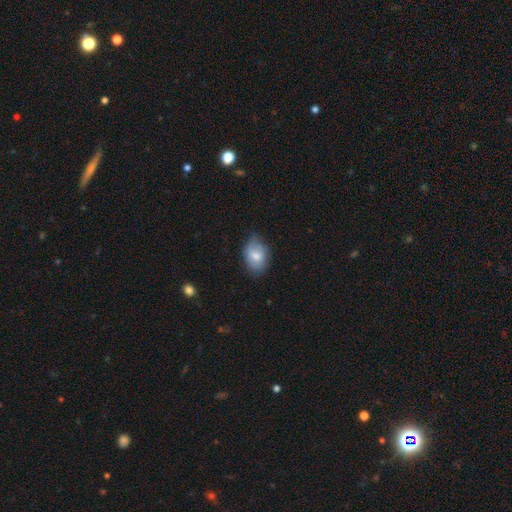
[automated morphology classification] This is likely a smooth galaxy (72%). How rounded: clearly in between (83%). Merging: possibly none (57%).